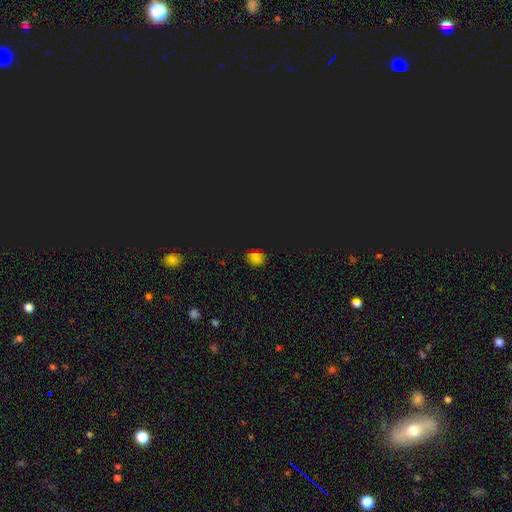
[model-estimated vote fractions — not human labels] smooth_or_featured: smooth (p=0.53) [alt: star or artifact p=0.41]
how_rounded: round (p=0.66) [alt: in between p=0.33]
merging: none (p=0.82) [alt: minor disturbance p=0.13]